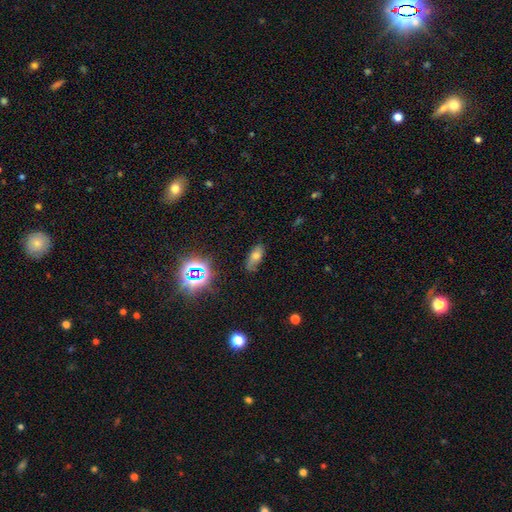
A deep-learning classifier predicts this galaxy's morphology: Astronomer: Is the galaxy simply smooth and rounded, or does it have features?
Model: smooth — 61%.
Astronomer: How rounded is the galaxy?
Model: in between — 81%.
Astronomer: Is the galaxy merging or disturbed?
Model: none — 72%.